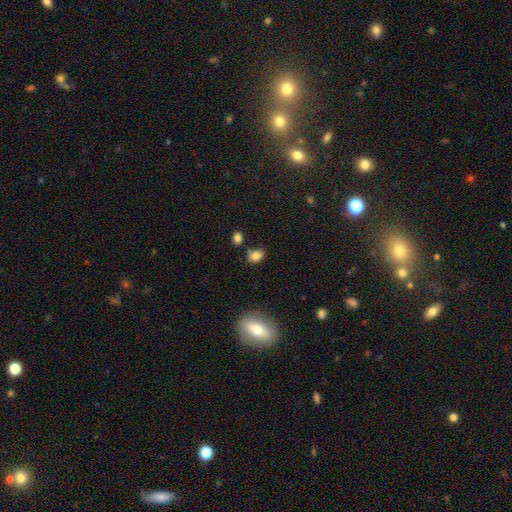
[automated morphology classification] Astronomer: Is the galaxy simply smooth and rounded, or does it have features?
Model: smooth — 82%.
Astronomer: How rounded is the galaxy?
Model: in between — 62%.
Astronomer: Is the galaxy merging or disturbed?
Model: none — 70%.